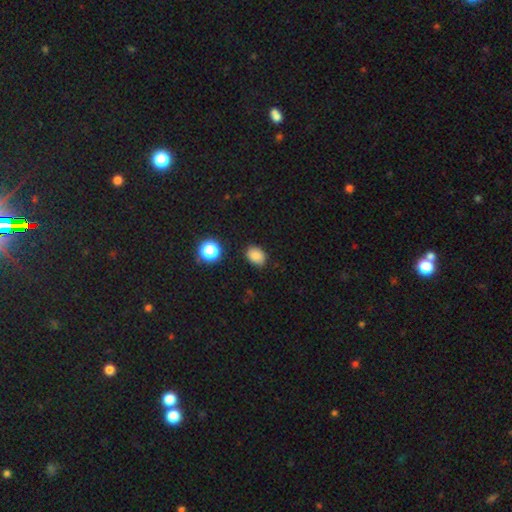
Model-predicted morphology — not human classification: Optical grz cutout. It shows a smooth galaxy with no disk features (84%) that is in between round and cigar-shaped (70%). Merging: none (84%).